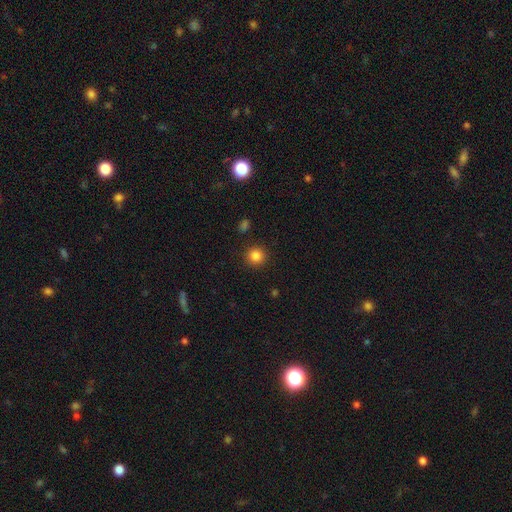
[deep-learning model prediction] smooth 84%, star or artifact 12%, featured or disk 4%. Down the decision tree: how rounded — round (93%); merging — none (91%).